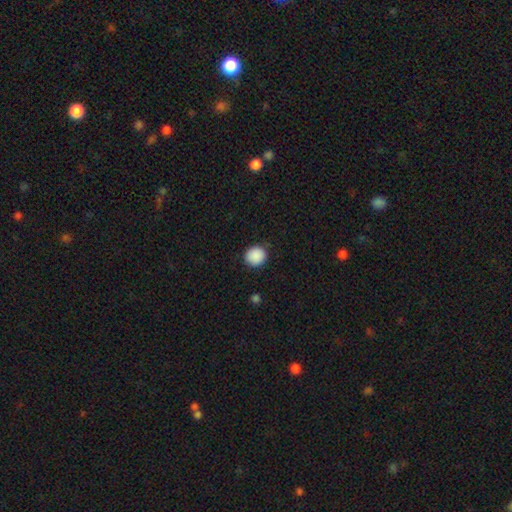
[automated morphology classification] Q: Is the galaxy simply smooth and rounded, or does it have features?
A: smooth — 89%.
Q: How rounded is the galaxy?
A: round — 86%.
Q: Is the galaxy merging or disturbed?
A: none — 88%.